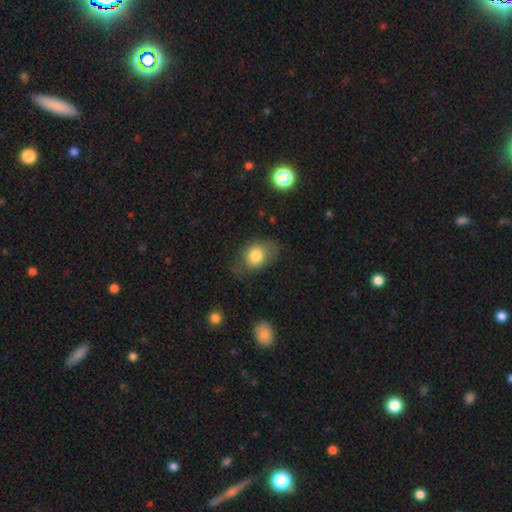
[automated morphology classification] Smooth or featured?
  - smooth: 78% *
  - featured or disk: 13%
  - star or artifact: 9%
How rounded?
  - in between: 65% *
  - round: 34%
  - cigar-shaped: 1%
Merging?
  - none: 63% *
  - minor disturbance: 24%
  - major disturbance: 11%
  - merger: 2%